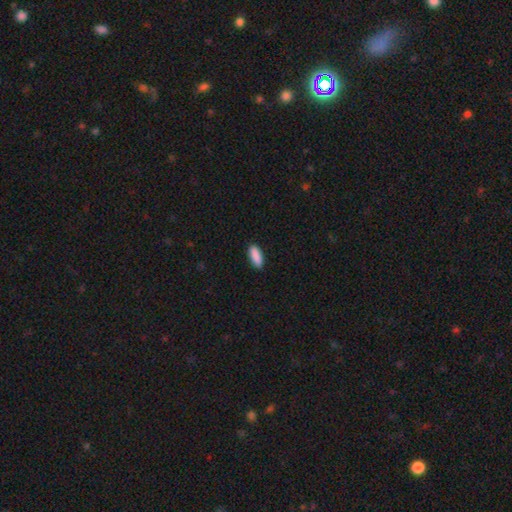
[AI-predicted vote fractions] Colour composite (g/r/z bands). It shows a smooth galaxy with no disk features (91%) that is in between round and cigar-shaped (77%). Merging: none (88%).